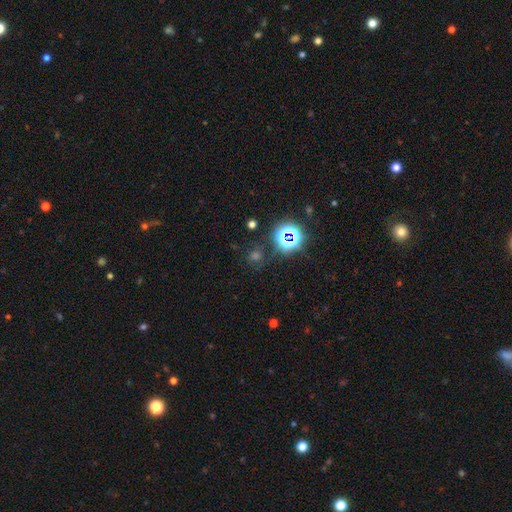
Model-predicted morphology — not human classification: This is possibly a star or artifact rather than a galaxy (57%).